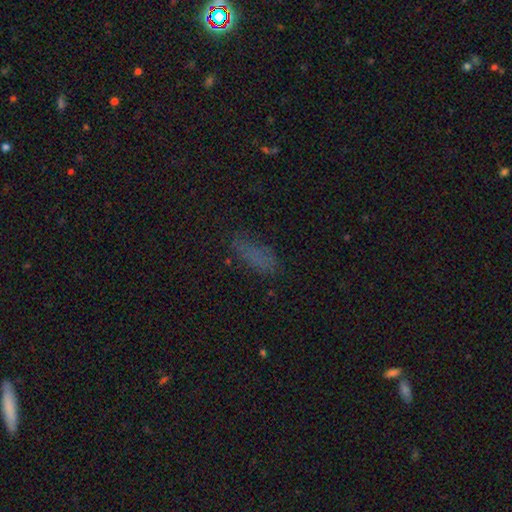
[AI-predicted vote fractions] A smooth galaxy with no disk features (66%) that is in between round and cigar-shaped (68%).

Vote fractions:
- Smooth or featured? smooth: 66% / star or artifact: 22% / featured or disk: 13%
- How rounded? in between: 68% / cigar-shaped: 28% / round: 4%
- Merging? none: 64% / minor disturbance: 22% / major disturbance: 11% / merger: 3%